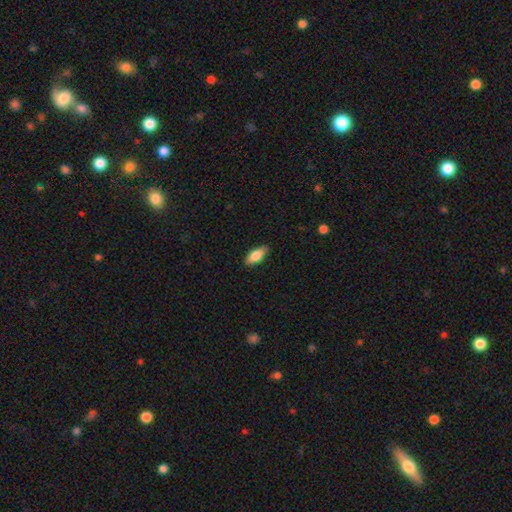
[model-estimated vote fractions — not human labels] smooth_or_featured: smooth (p=0.76) [alt: featured or disk p=0.18]
how_rounded: in between (p=0.78) [alt: cigar-shaped p=0.19]
merging: none (p=0.87) [alt: minor disturbance p=0.10]